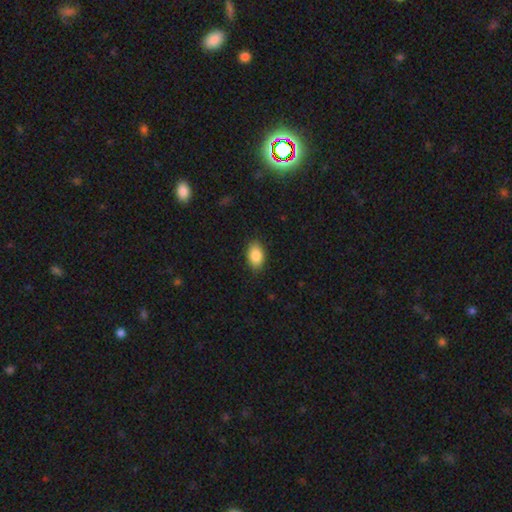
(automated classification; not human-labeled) Smooth or featured? smooth (86%)
How rounded? in between (91%)
Merging? none (86%)